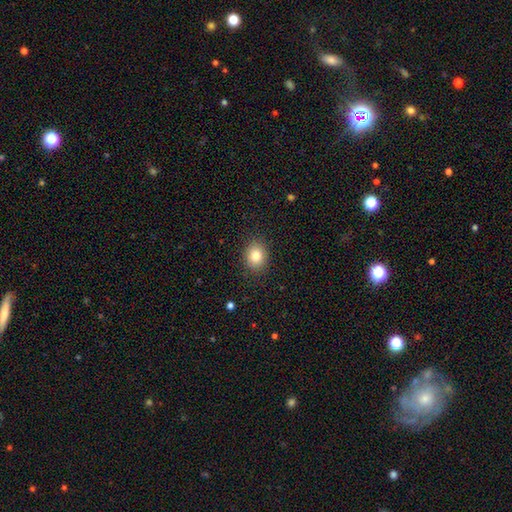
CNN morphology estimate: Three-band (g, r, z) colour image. It shows a smooth galaxy with no disk features (82%) that is round (63%). Merging: none (89%).